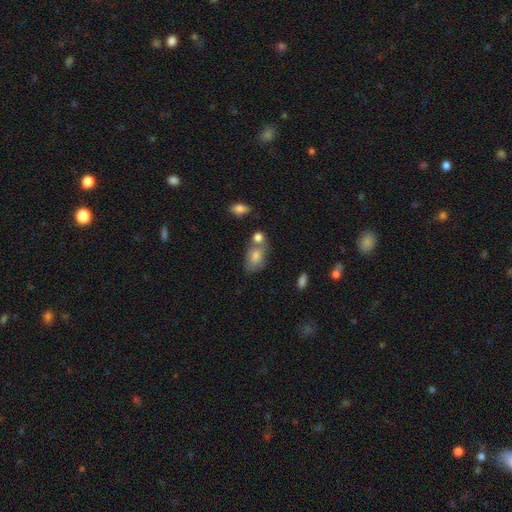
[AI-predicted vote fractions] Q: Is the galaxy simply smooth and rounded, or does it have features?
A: smooth — 68%.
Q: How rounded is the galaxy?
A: in between — 85%.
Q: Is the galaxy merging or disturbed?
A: none — 47%.